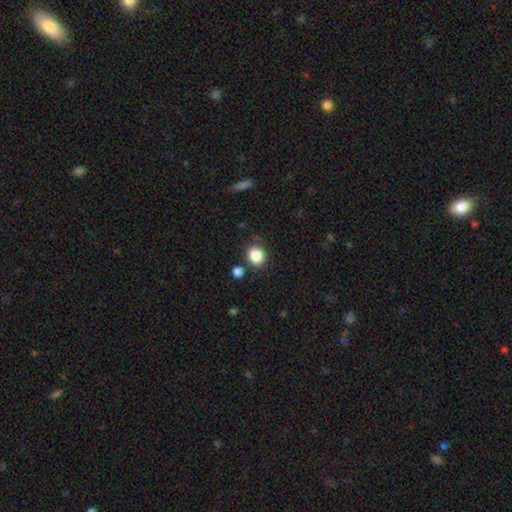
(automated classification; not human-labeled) The model was most divided on "how rounded": round: 66%, in between: 33%, cigar-shaped: 1%. More confident: smooth or featured — smooth (86%); merging — none (76%).